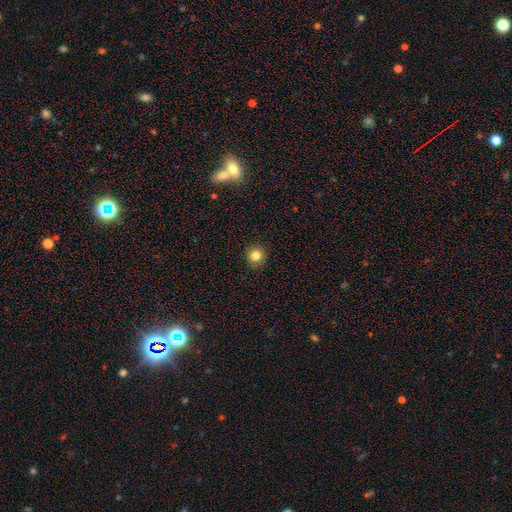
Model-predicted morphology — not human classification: Smooth or featured? smooth (83%)
How rounded? round (93%)
Merging? none (91%)